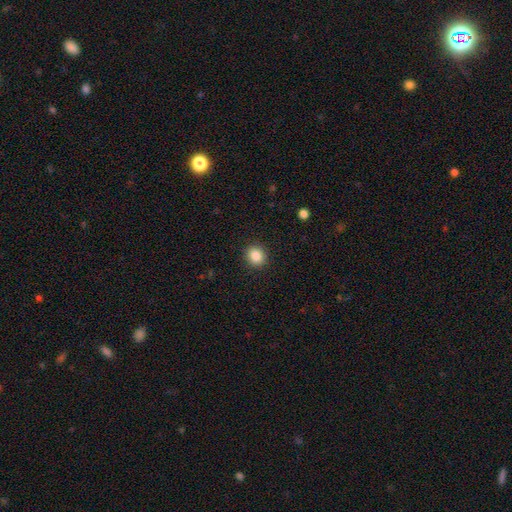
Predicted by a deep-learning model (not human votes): This appears to be a smooth galaxy with no disk features (86%) that is round (79%). Merging: none (91%).